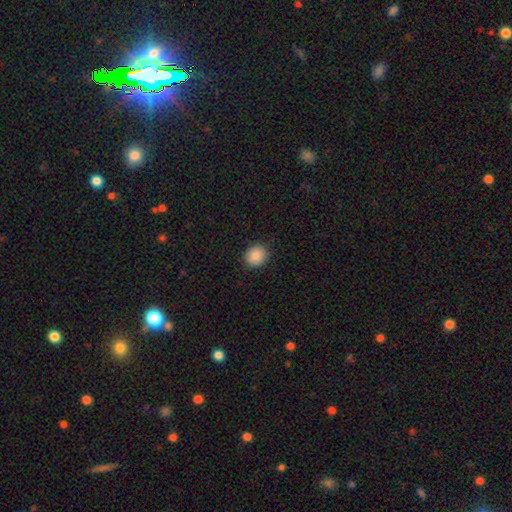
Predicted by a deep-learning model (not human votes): Smooth or featured? smooth (87%)
How rounded? round (79%)
Merging? none (90%)